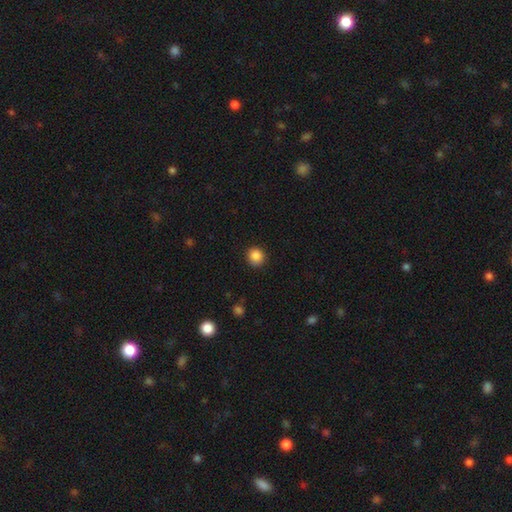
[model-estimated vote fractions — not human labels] The model was most divided on "smooth or featured": smooth: 86%, star or artifact: 10%, featured or disk: 3%. More confident: how rounded — round (91%); merging — none (90%).